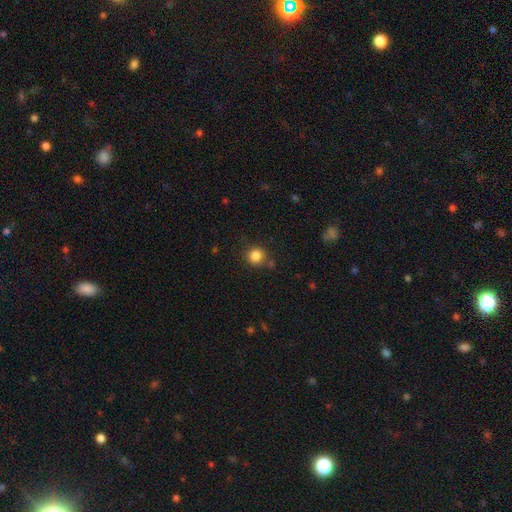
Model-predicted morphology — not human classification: Smooth or featured? smooth (84%)
How rounded? round (91%)
Merging? none (82%)